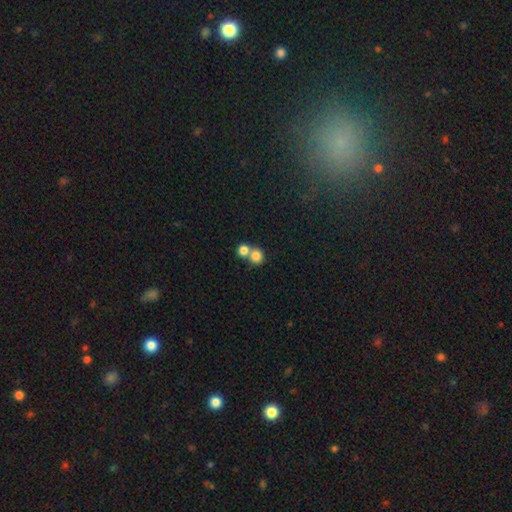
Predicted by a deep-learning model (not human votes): Q: Smooth or featured?
A: smooth (81%); runner-up: star or artifact (10%)
Q: How rounded?
A: round (85%); runner-up: in between (14%)
Q: Merging?
A: merger (52%); runner-up: none (40%)